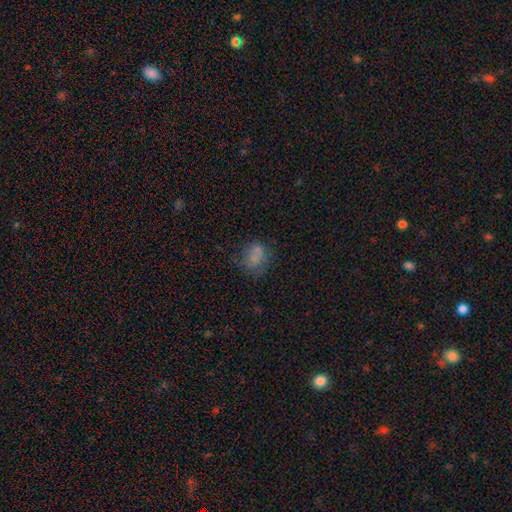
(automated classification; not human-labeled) Q: Smooth or featured?
A: smooth (67%); runner-up: featured or disk (19%)
Q: How rounded?
A: round (50%); runner-up: in between (48%)
Q: Merging?
A: none (54%); runner-up: minor disturbance (23%)